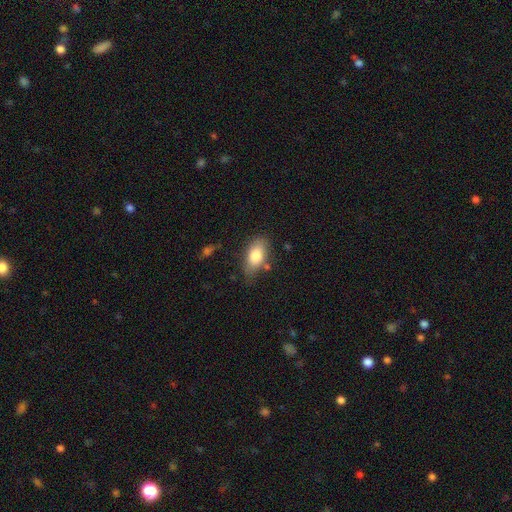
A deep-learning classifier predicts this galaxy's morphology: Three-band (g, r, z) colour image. It shows a smooth galaxy with no disk features (81%) that is in between round and cigar-shaped (89%). Merging: none (70%).